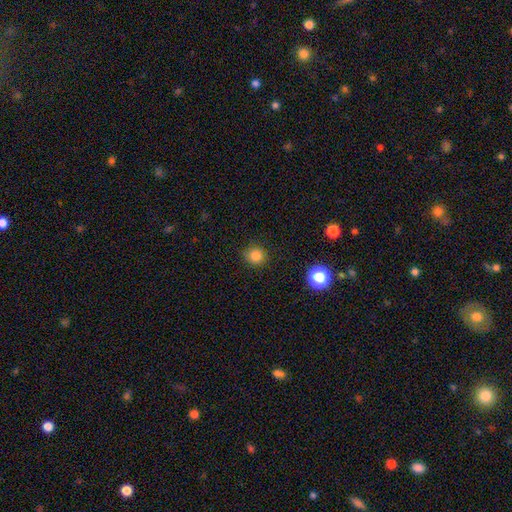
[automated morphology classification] smooth-or-featured: smooth: 83% | star or artifact: 13% | featured or disk: 5%
  how-rounded: round: 88% | in between: 11% | cigar-shaped: 1%
  merging: none: 87% | minor disturbance: 10% | major disturbance: 3% | merger: 1%